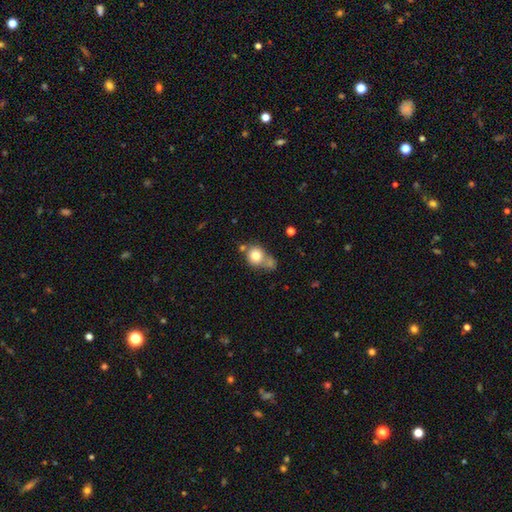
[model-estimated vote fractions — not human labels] Q: Smooth or featured?
A: smooth (78%); runner-up: featured or disk (12%)
Q: How rounded?
A: round (77%); runner-up: in between (22%)
Q: Merging?
A: none (45%); runner-up: merger (34%)